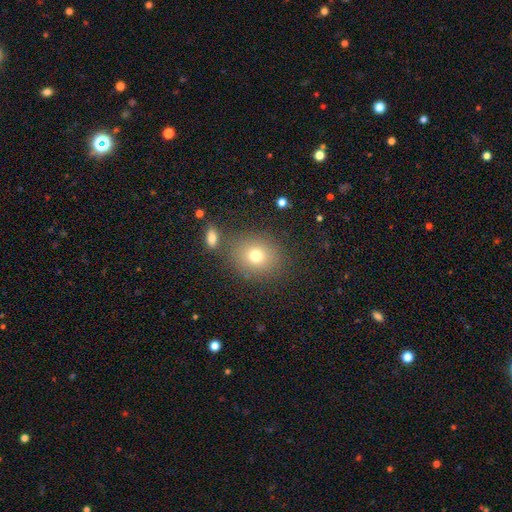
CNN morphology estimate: Smooth or featured: smooth — 74% (star or artifact — 14%)
How rounded: round — 75% (in between — 24%)
Merging: none — 79% (minor disturbance — 10%)